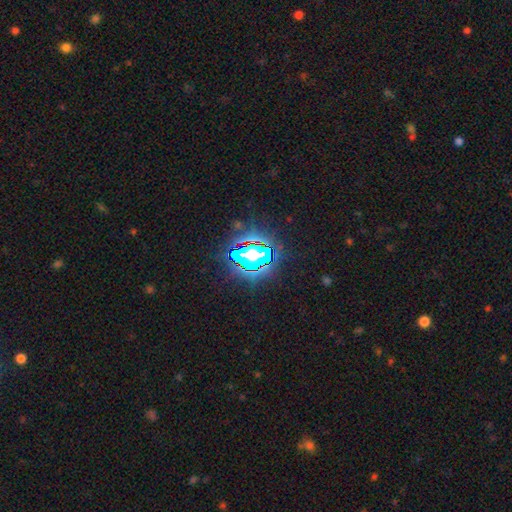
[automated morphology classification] A star or artifact, not a galaxy (76%).